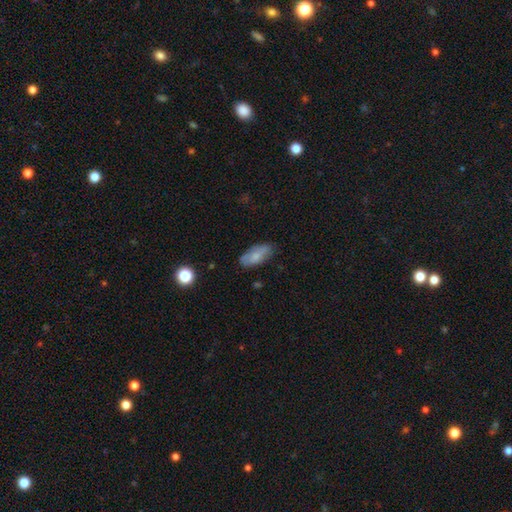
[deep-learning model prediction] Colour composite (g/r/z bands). It shows a smooth galaxy with no disk features (70%) that is in between round and cigar-shaped (88%). Merging: none (74%).